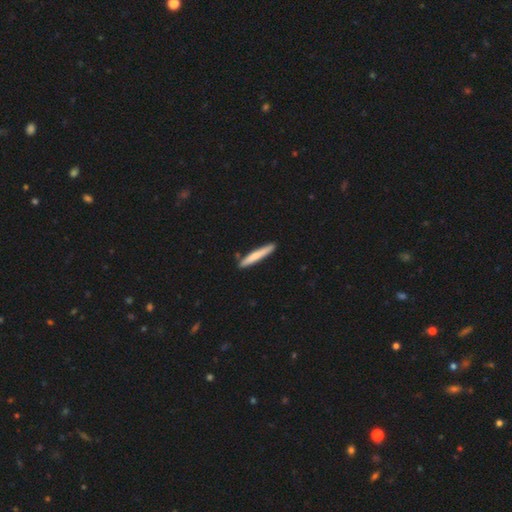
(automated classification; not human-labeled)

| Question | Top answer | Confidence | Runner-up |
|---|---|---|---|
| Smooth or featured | smooth | 69% | featured or disk (26%) |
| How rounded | cigar-shaped | 95% | in between (4%) |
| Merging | none | 87% | minor disturbance (9%) |